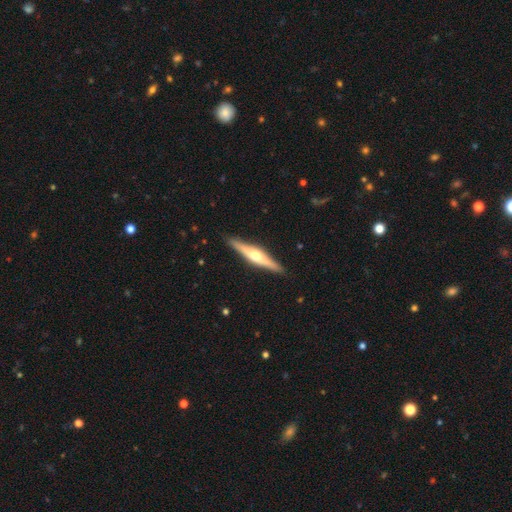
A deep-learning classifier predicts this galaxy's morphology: type=featured or disk (73%); edge-on=yes (97%); edge-on bulge=rounded (93%); merging=none (91%).